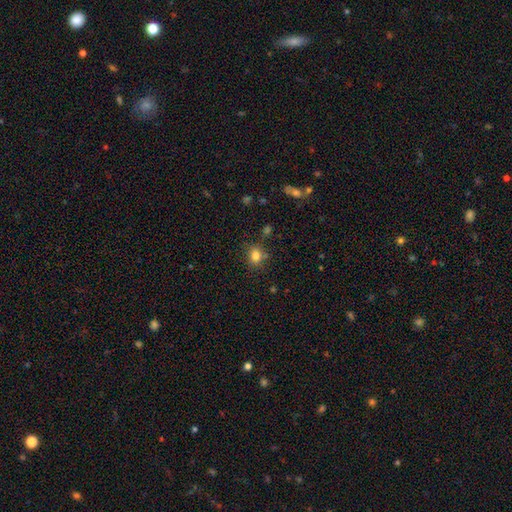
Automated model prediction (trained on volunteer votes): Smooth or featured?
  - smooth: 82% *
  - star or artifact: 12%
  - featured or disk: 6%
How rounded?
  - round: 57% *
  - in between: 42%
  - cigar-shaped: 1%
Merging?
  - none: 76% *
  - minor disturbance: 14%
  - merger: 6%
  - major disturbance: 4%